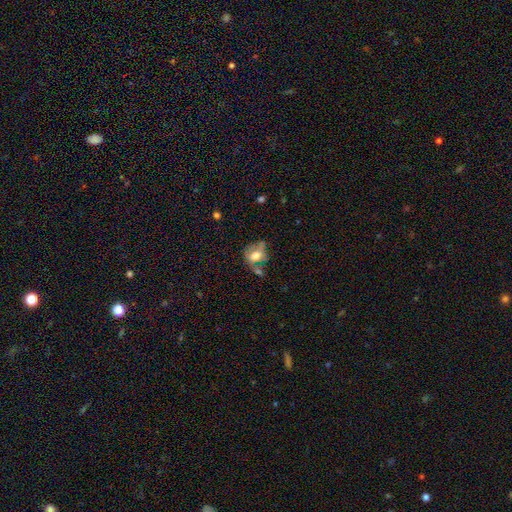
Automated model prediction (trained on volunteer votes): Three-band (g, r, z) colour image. It shows a smooth galaxy with no disk features (55%) that is in between round and cigar-shaped (50%). Merging: none (35%).